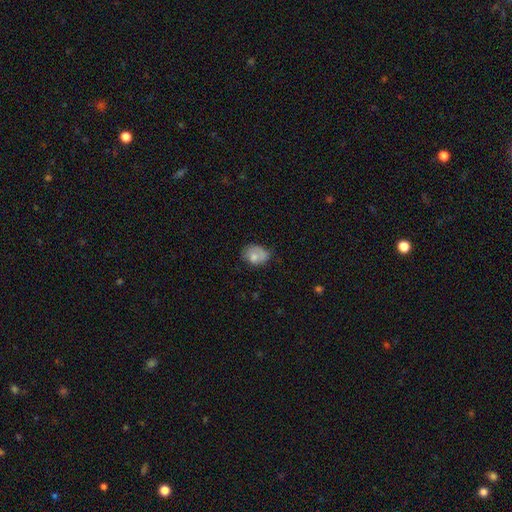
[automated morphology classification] Smooth or featured: smooth — 69% (featured or disk — 23%)
How rounded: in between — 64% (round — 35%)
Merging: none — 44% (minor disturbance — 34%)